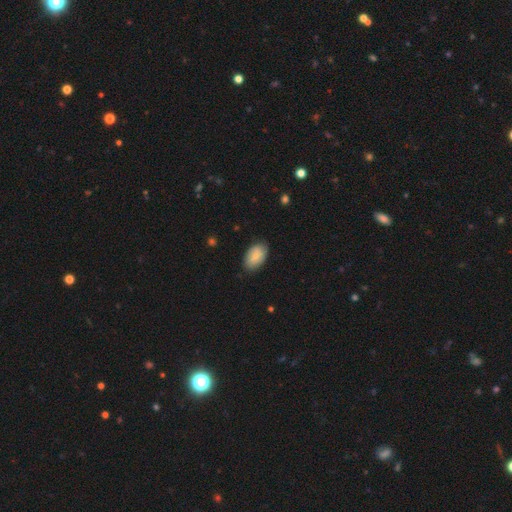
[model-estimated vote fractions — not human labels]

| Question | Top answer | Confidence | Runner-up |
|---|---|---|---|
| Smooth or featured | smooth | 81% | featured or disk (13%) |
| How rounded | in between | 94% | round (5%) |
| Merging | none | 80% | minor disturbance (16%) |